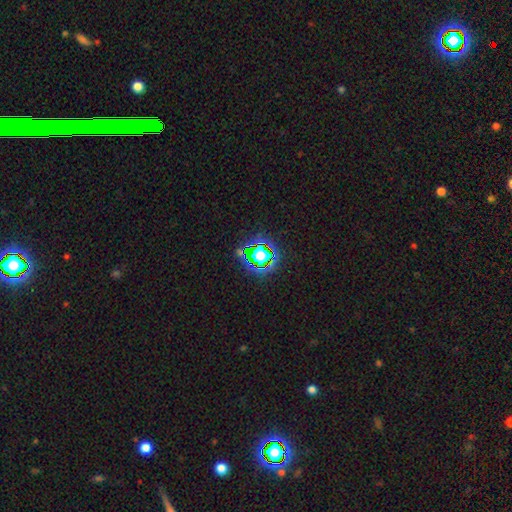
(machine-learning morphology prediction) This appears to be a star or artifact, not a galaxy (76%).